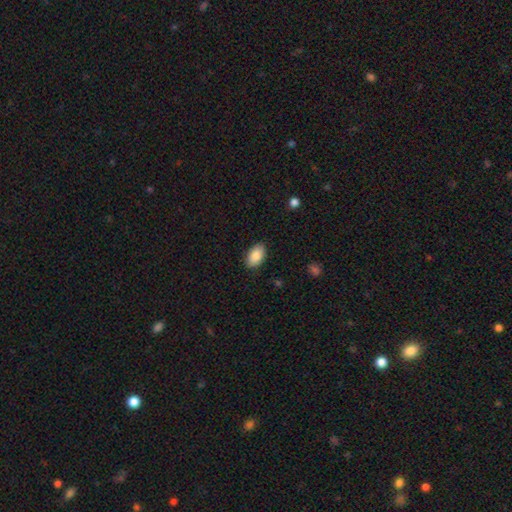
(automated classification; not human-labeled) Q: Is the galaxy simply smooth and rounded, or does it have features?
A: smooth — 87%.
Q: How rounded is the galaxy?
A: in between — 94%.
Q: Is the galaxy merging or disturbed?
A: none — 87%.